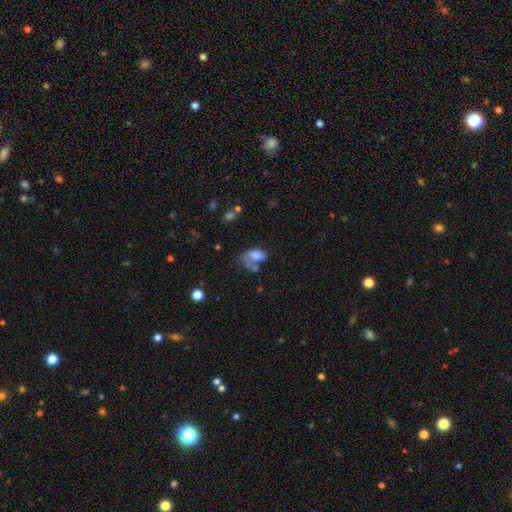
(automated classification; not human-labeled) Smooth or featured: smooth — 60% (featured or disk — 29%)
How rounded: in between — 85% (round — 13%)
Merging: major disturbance — 35% (none — 24%)